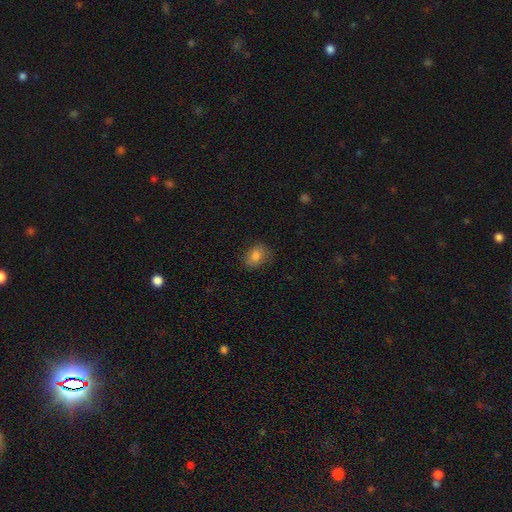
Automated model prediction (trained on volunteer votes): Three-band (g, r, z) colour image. It shows a smooth galaxy with no disk features (82%) that is in between round and cigar-shaped (64%). Merging: none (80%).